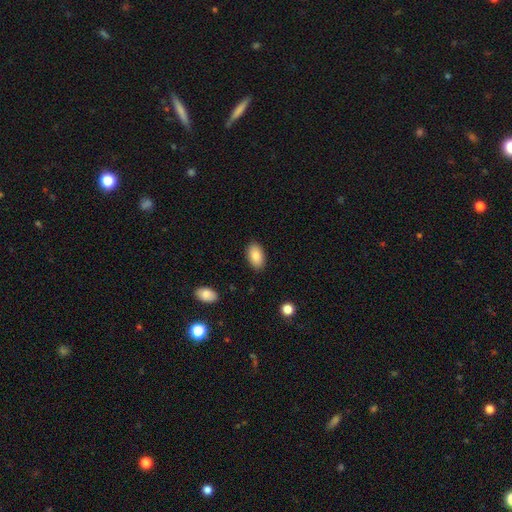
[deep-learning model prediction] This is clearly a smooth galaxy (87%). How rounded: clearly in between (94%). Merging: clearly none (87%).